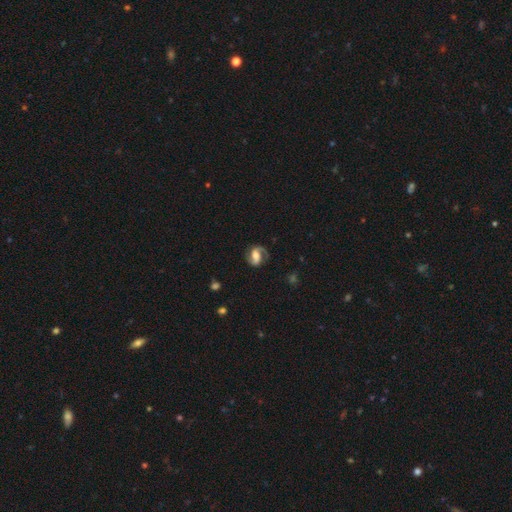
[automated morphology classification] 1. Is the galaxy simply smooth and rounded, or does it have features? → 80% featured or disk, 13% smooth, 6% star or artifact.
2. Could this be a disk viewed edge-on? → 97% no, 3% yes.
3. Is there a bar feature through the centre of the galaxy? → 42% weak, 29% strong, 28% no.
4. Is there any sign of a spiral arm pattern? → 95% yes, 5% no.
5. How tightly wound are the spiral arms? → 51% medium, 29% loose, 19% tight.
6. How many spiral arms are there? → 86% 2, 8% 1, 3% can't tell, 1% 3, 1% 4, 1% more than 4.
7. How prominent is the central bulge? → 52% moderate, 22% large, 19% small, 5% none, 2% dominant.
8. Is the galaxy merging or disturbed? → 75% none, 15% minor disturbance, 8% major disturbance, 2% merger.